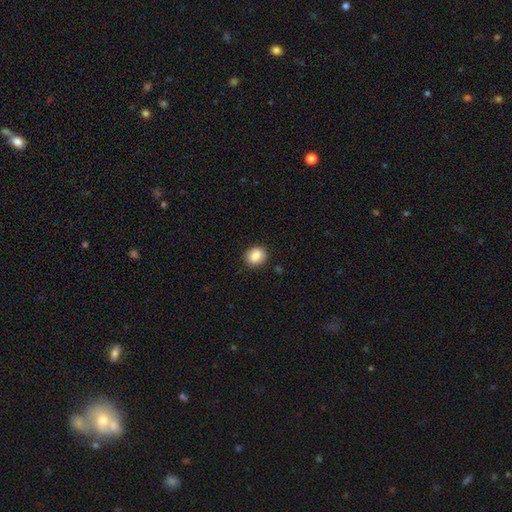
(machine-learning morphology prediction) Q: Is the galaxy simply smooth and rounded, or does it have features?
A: smooth — 86%.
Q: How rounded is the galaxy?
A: round — 69%.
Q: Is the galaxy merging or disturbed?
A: none — 87%.